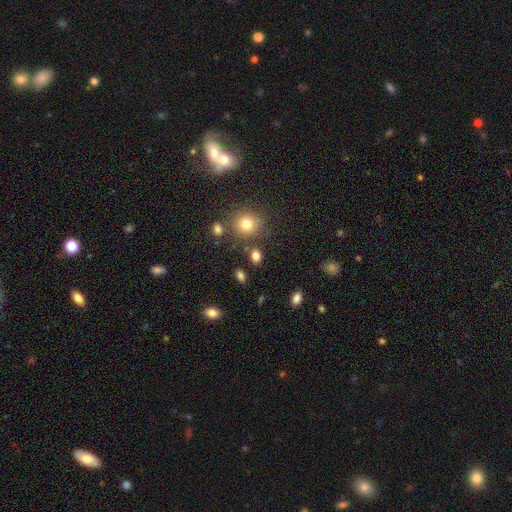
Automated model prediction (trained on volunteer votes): Smooth or featured? smooth (79%)
How rounded? in between (53%)
Merging? none (77%)